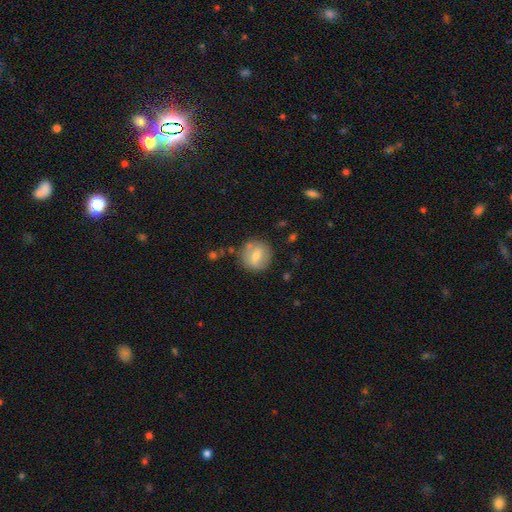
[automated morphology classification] smooth 61%, featured or disk 32%, star or artifact 7%. Down the decision tree: how rounded — round (86%); merging — none (78%).